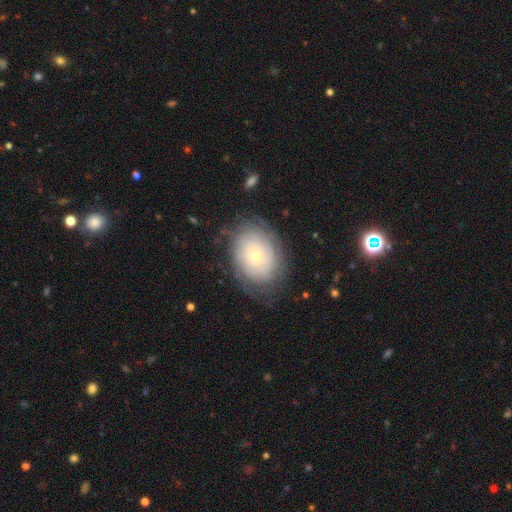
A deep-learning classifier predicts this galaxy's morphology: A featured or disk galaxy (61%) with no bar (86%), spiral arms (81%) and a small central bulge (74%).

Vote fractions:
- Smooth or featured? featured or disk: 61% / smooth: 30% / star or artifact: 8%
- Edge-on disk? no: 96% / yes: 4%
- Bar? no: 86% / weak: 12% / strong: 2%
- Spiral arms? yes: 81% / no: 19%
- Bulge size? small: 74% / moderate: 21% / large: 2% / none: 1% / dominant: 1%
- Merging? none: 73% / minor disturbance: 18% / major disturbance: 8% / merger: 1%